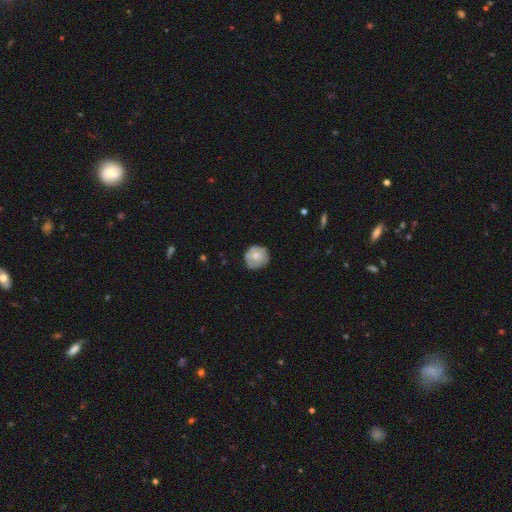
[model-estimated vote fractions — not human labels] The model was most divided on "smooth or featured": smooth: 57%, featured or disk: 36%, star or artifact: 7%. More confident: how rounded — round (90%); merging — none (74%).